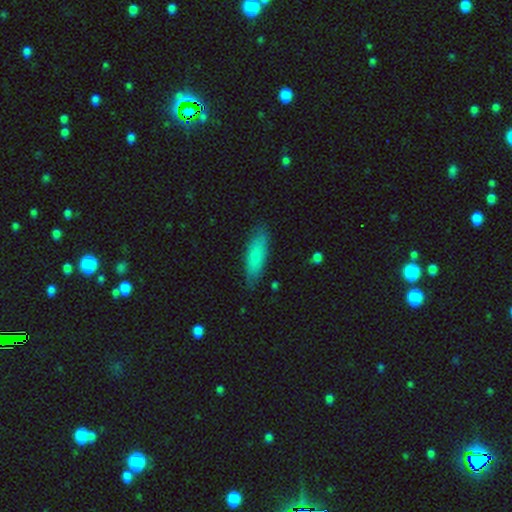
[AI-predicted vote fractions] The model was most divided on "how rounded": cigar-shaped: 52%, in between: 46%, round: 2%. More confident: merging — none (82%); smooth or featured — smooth (78%).